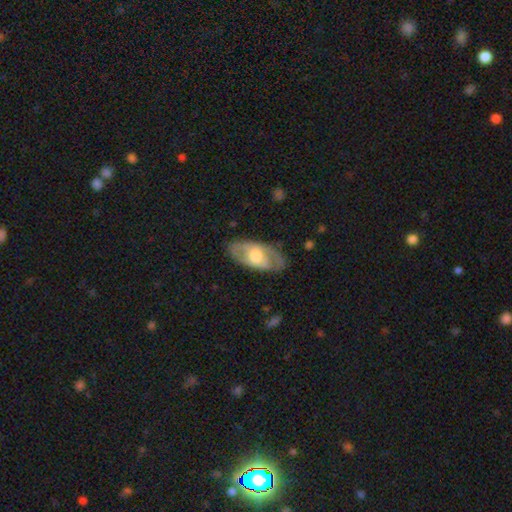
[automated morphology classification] Q: Smooth or featured?
A: featured or disk (59%); runner-up: smooth (36%)
Q: Edge-on disk?
A: no (86%); runner-up: yes (14%)
Q: Bar?
A: no (66%); runner-up: weak (27%)
Q: Spiral arms?
A: yes (54%); runner-up: no (46%)
Q: Bulge size?
A: moderate (56%); runner-up: large (29%)
Q: Merging?
A: none (78%); runner-up: minor disturbance (16%)